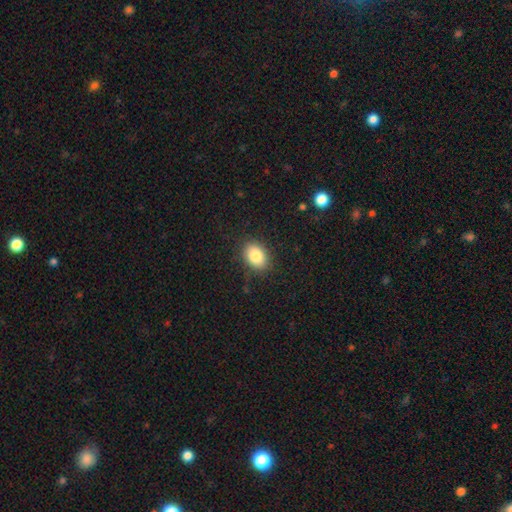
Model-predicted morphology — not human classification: Smooth or featured? Predicted: smooth (p=0.84). How rounded? Predicted: in between (p=0.74). Merging? Predicted: none (p=0.86).